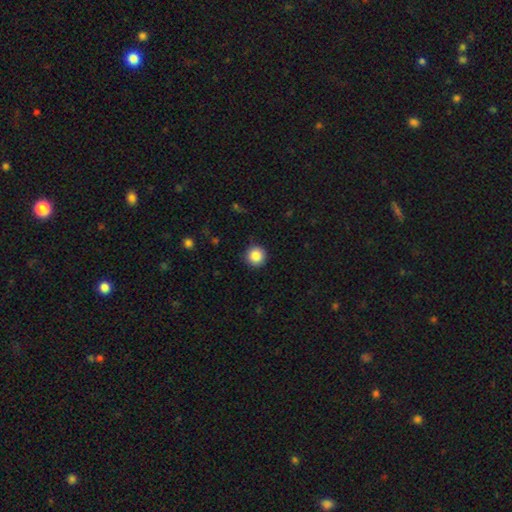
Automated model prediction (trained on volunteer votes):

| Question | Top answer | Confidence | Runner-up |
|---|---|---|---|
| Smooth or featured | smooth | 86% | star or artifact (10%) |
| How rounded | round | 96% | in between (3%) |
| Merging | none | 91% | minor disturbance (7%) |